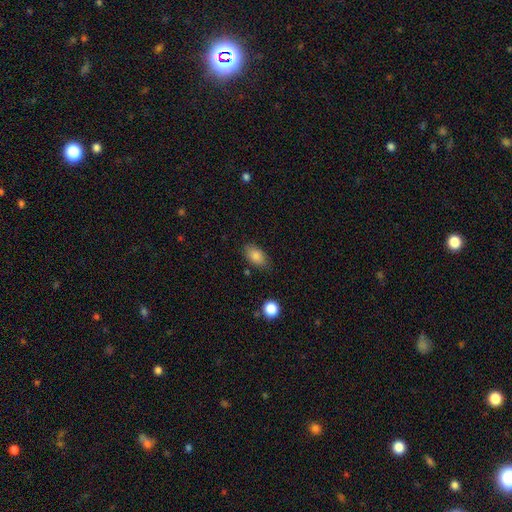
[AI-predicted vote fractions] Smooth or featured? Predicted: smooth (p=0.84). How rounded? Predicted: in between (p=0.91). Merging? Predicted: none (p=0.80).